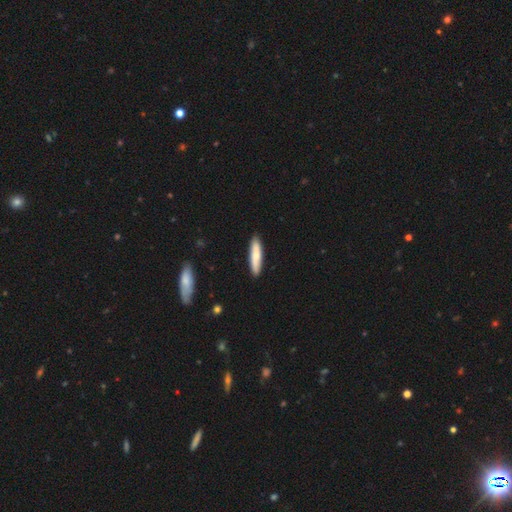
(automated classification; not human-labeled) smooth_or_featured: smooth (p=0.74) [alt: featured or disk p=0.21]
how_rounded: cigar-shaped (p=0.80) [alt: in between p=0.19]
merging: none (p=0.89) [alt: minor disturbance p=0.08]